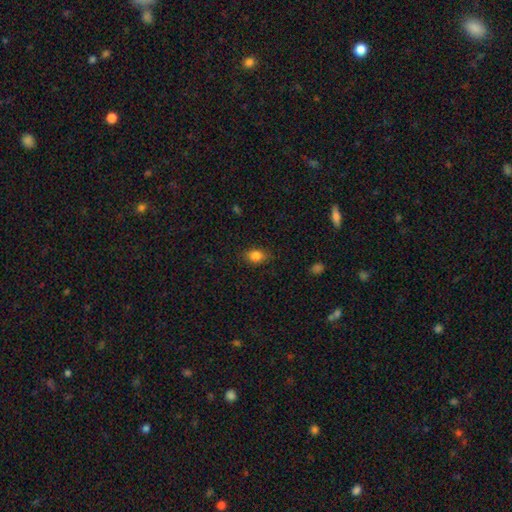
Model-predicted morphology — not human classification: The model was most divided on "how rounded": in between: 73%, round: 25%, cigar-shaped: 2%. More confident: smooth or featured — smooth (82%); merging — none (81%).